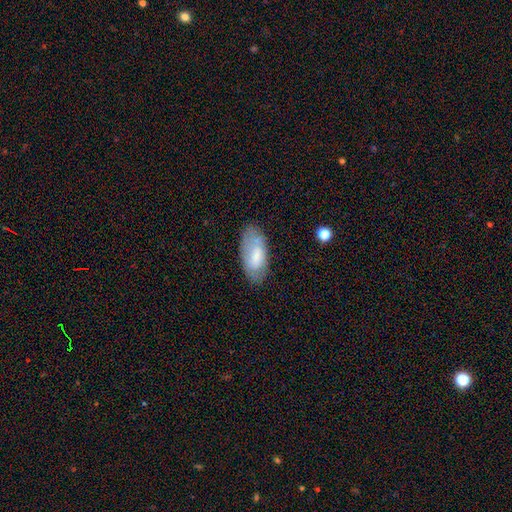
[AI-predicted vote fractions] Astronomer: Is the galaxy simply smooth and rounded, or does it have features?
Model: smooth — 67%.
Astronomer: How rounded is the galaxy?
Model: in between — 91%.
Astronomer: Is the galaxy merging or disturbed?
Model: none — 68%.